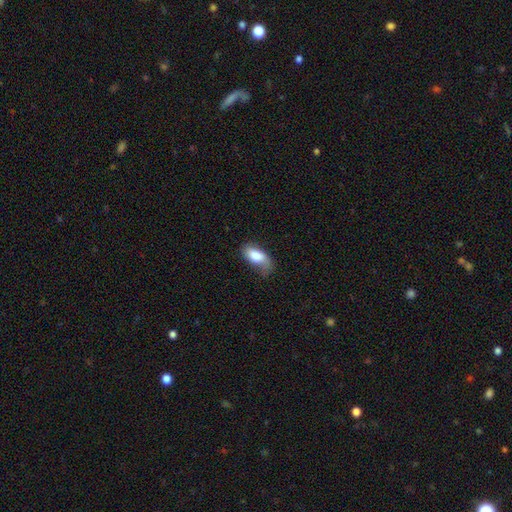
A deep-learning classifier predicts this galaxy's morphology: This appears to be a smooth galaxy with no disk features (78%) that is in between round and cigar-shaped (91%). Merging: none (41%).